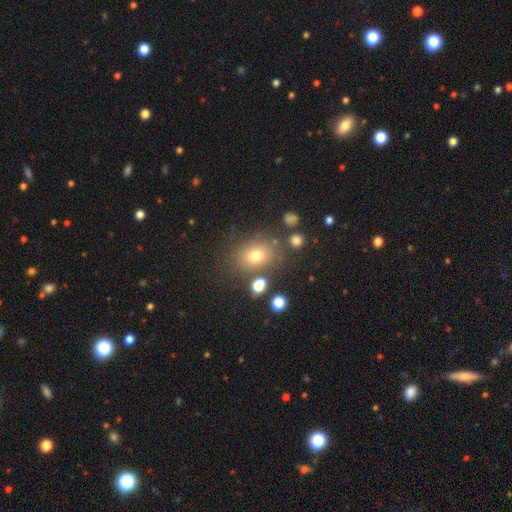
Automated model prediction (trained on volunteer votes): Smooth or featured?
  - smooth: 73% *
  - star or artifact: 16%
  - featured or disk: 11%
How rounded?
  - round: 55% *
  - in between: 44%
  - cigar-shaped: 1%
Merging?
  - none: 76% *
  - minor disturbance: 12%
  - merger: 7%
  - major disturbance: 5%